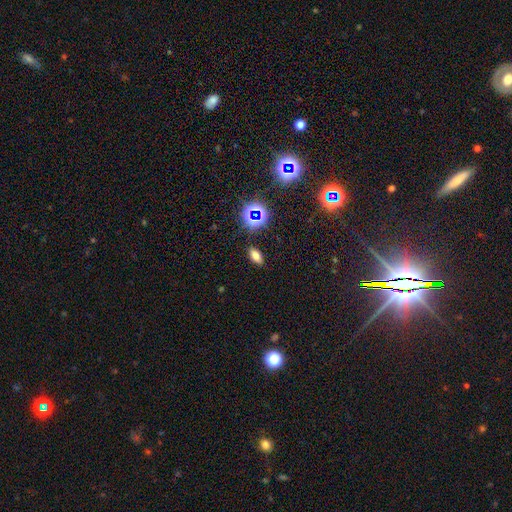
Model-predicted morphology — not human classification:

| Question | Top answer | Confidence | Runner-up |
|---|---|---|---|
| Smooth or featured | smooth | 66% | star or artifact (22%) |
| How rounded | in between | 85% | cigar-shaped (8%) |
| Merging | none | 88% | minor disturbance (8%) |